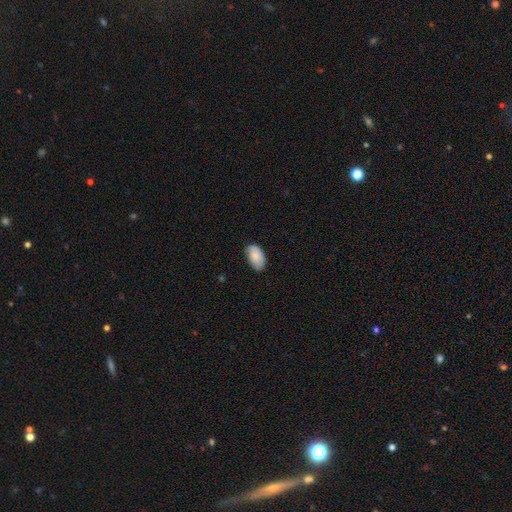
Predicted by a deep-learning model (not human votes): Smooth or featured? Predicted: smooth (p=0.83). How rounded? Predicted: in between (p=0.95). Merging? Predicted: none (p=0.75).